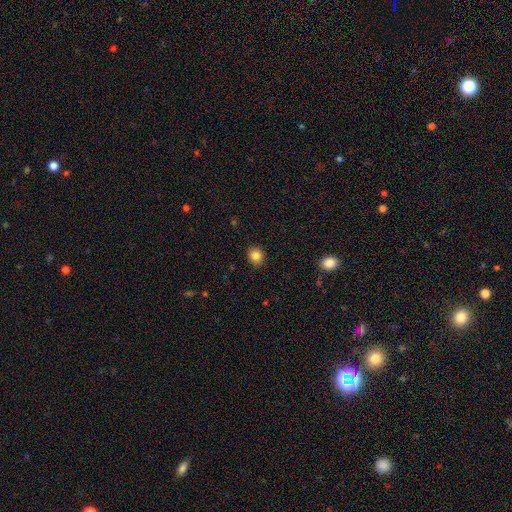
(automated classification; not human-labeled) smooth_or_featured: smooth (p=0.84) [alt: star or artifact p=0.11]
how_rounded: round (p=0.75) [alt: in between p=0.25]
merging: none (p=0.90) [alt: minor disturbance p=0.07]